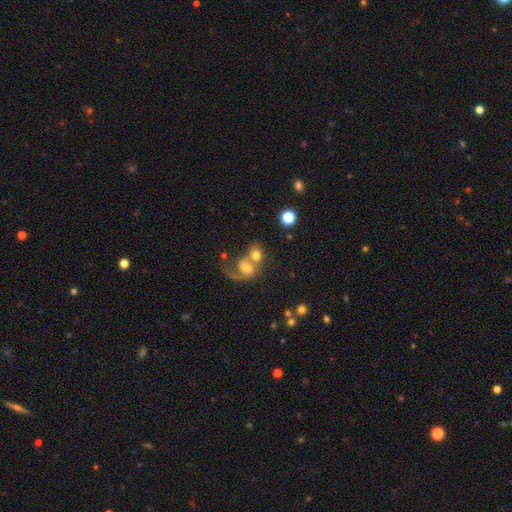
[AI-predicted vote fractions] Q: Smooth or featured?
A: smooth (49%); runner-up: featured or disk (42%)
Q: Merging?
A: merger (70%); runner-up: none (14%)